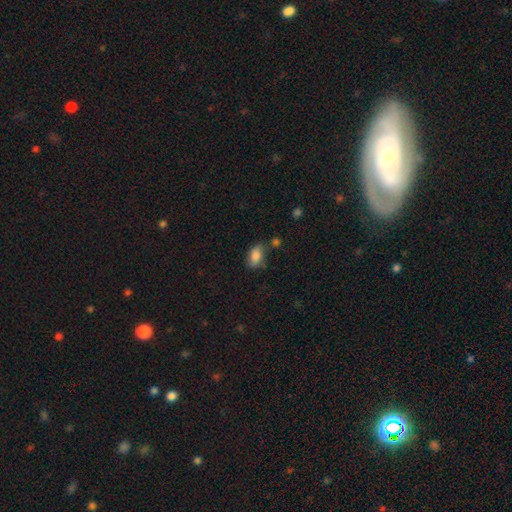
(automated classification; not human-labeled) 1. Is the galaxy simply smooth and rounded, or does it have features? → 81% smooth, 10% featured or disk, 8% star or artifact.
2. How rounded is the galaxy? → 88% in between, 9% round, 3% cigar-shaped.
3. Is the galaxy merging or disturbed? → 60% none, 26% minor disturbance, 8% merger, 7% major disturbance.